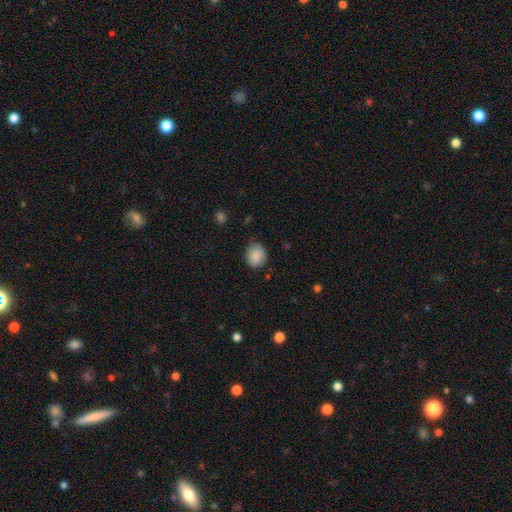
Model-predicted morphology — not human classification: Smooth or featured? Predicted: smooth (p=0.86). How rounded? Predicted: round (p=0.66). Merging? Predicted: none (p=0.72).